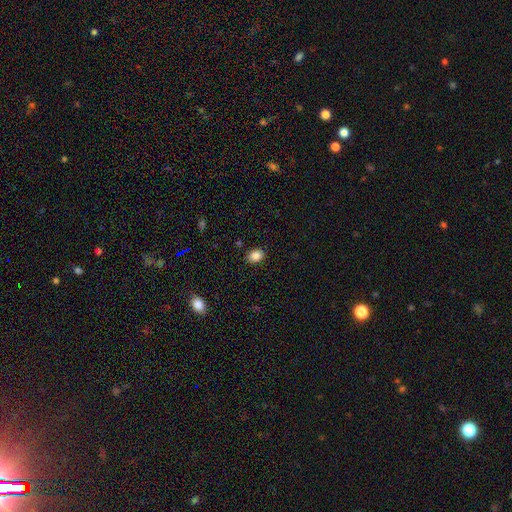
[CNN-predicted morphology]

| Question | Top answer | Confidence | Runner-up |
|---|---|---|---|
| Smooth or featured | smooth | 87% | star or artifact (9%) |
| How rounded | in between | 68% | round (31%) |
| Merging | none | 88% | minor disturbance (9%) |